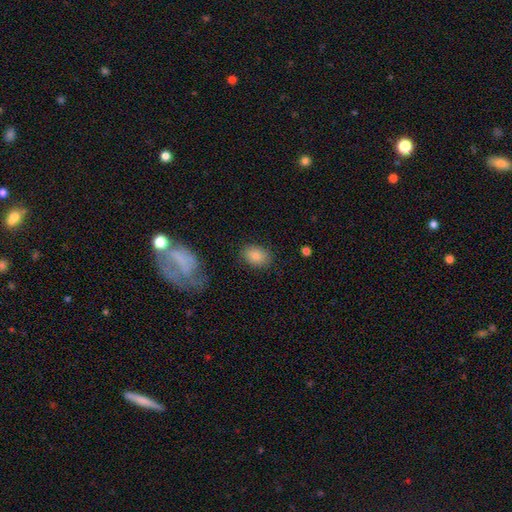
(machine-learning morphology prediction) smooth_or_featured: smooth (p=0.85) [alt: star or artifact p=0.08]
how_rounded: in between (p=0.76) [alt: round p=0.22]
merging: none (p=0.82) [alt: minor disturbance p=0.12]